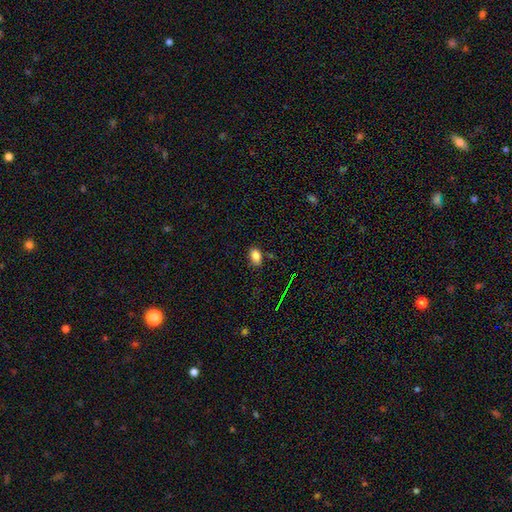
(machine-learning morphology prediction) Overall: smooth (82%). How rounded: in between (85%). Merging: none (78%).